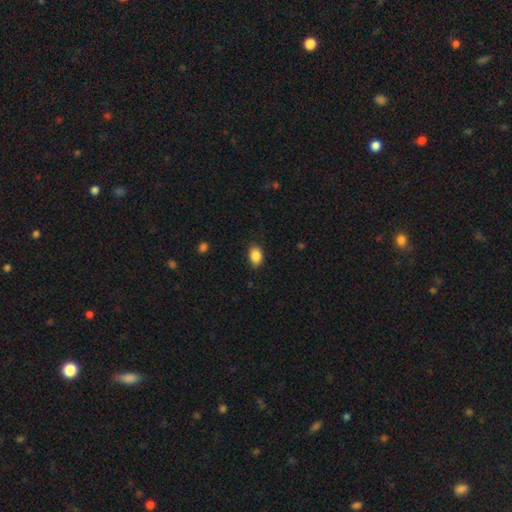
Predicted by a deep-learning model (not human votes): This appears to be a smooth galaxy with no disk features (88%) that is in between round and cigar-shaped (78%). Merging: none (85%).